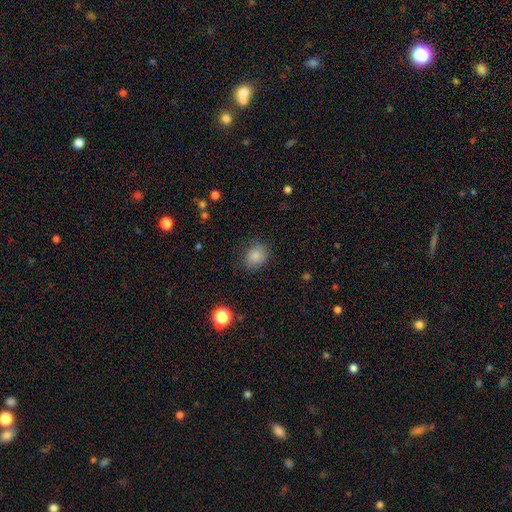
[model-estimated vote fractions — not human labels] Smooth or featured?
  - smooth: 84% *
  - star or artifact: 10%
  - featured or disk: 6%
How rounded?
  - round: 65% *
  - in between: 34%
  - cigar-shaped: 1%
Merging?
  - none: 79% *
  - minor disturbance: 15%
  - major disturbance: 5%
  - merger: 1%